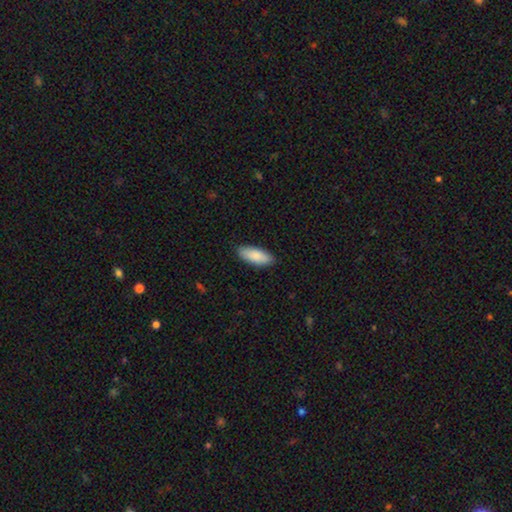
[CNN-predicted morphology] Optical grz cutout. It shows a smooth galaxy with no disk features (88%) that is in between round and cigar-shaped (79%). Merging: none (88%).